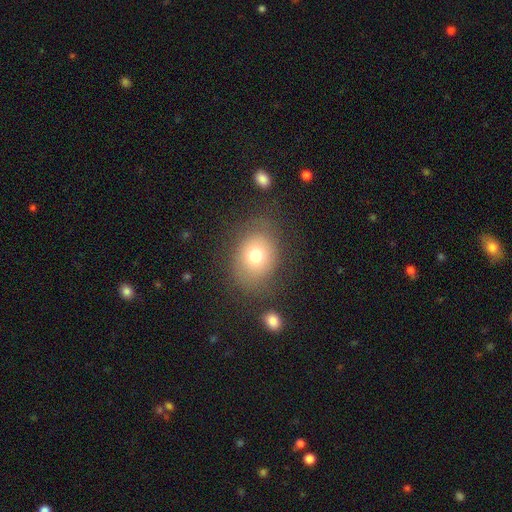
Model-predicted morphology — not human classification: Overall: smooth (73%). How rounded: in between (54%; round 45%). Merging: none (69%).